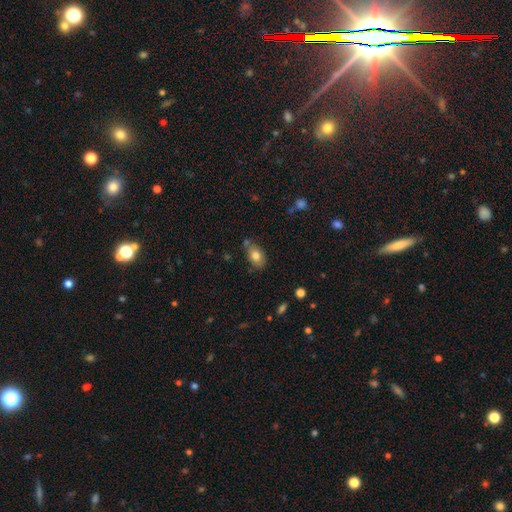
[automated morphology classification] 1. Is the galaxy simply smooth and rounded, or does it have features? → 79% smooth, 12% featured or disk, 9% star or artifact.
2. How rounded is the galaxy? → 83% in between, 16% round, 2% cigar-shaped.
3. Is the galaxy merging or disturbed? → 67% none, 19% minor disturbance, 10% merger, 4% major disturbance.